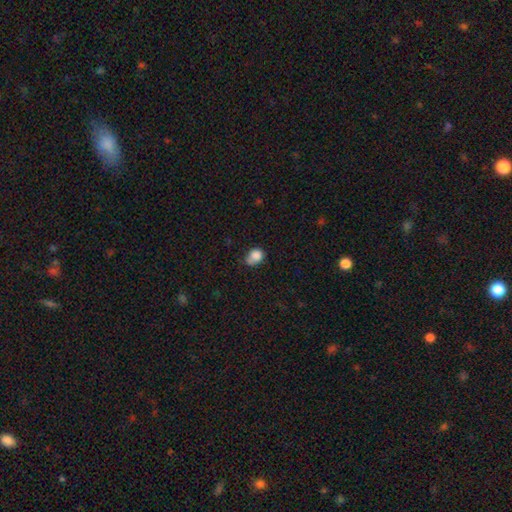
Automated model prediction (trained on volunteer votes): Q: Smooth or featured?
A: smooth (83%); runner-up: star or artifact (10%)
Q: How rounded?
A: round (58%); runner-up: in between (41%)
Q: Merging?
A: none (43%); runner-up: minor disturbance (35%)